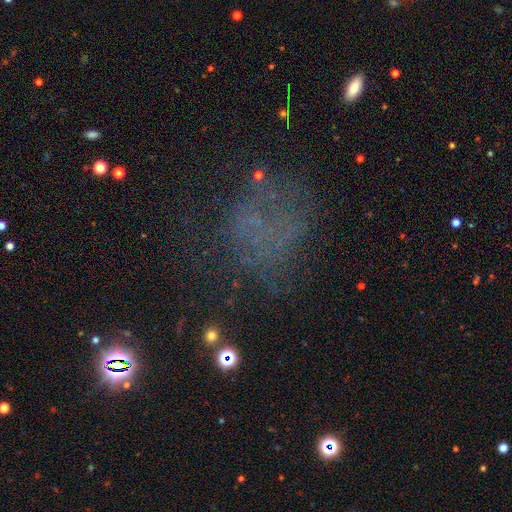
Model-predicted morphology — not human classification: Smooth or featured?
  - smooth: 38% *
  - star or artifact: 36%
  - featured or disk: 25%
Merging?
  - none: 57% *
  - major disturbance: 21%
  - minor disturbance: 18%
  - merger: 4%